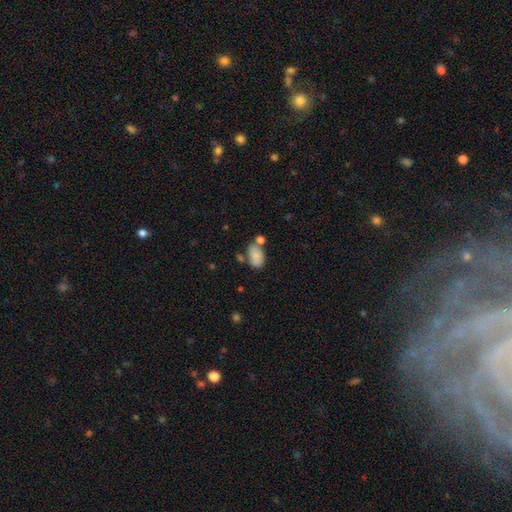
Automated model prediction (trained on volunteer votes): smooth-or-featured: smooth: 83% | featured or disk: 9% | star or artifact: 8%
  how-rounded: in between: 91% | round: 8% | cigar-shaped: 2%
  merging: none: 55% | merger: 21% | minor disturbance: 18% | major disturbance: 6%